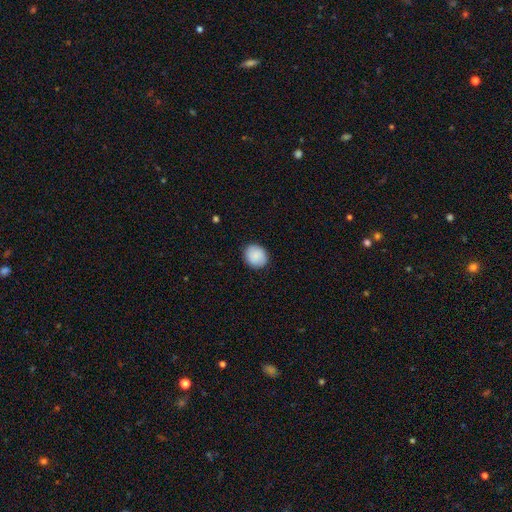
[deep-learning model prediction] Smooth or featured: smooth — 89% (star or artifact — 7%)
How rounded: round — 73% (in between — 26%)
Merging: none — 89% (minor disturbance — 8%)